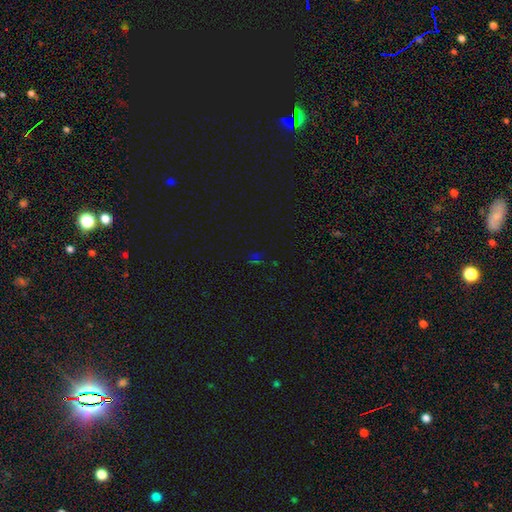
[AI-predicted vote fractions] This appears to be a star or artifact, not a galaxy (65%).